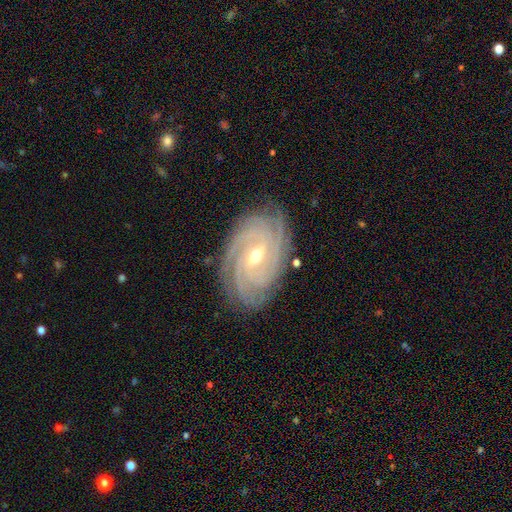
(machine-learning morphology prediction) This appears to be a featured or disk galaxy (90%) with a weak bar (45%), 4 (31%) tight (83%) spiral arms (99%) and a moderate central bulge (52%). Merging: none (84%).